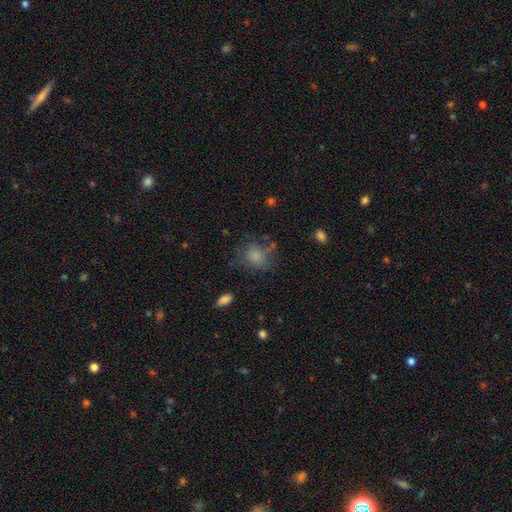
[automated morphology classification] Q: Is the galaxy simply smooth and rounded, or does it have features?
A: smooth — 78%.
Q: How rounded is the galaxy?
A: round — 65%.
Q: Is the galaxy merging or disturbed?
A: none — 57%.